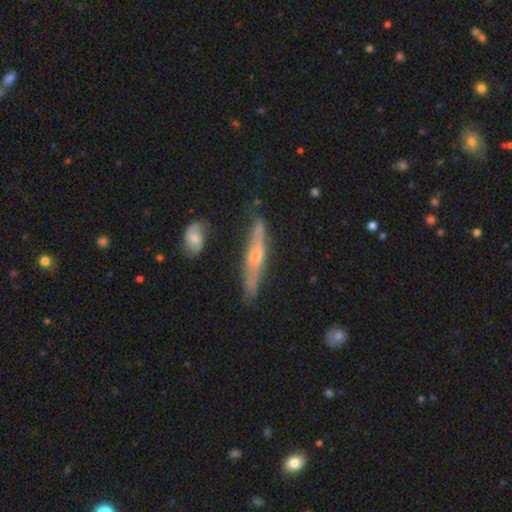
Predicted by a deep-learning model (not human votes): smooth-or-featured: featured or disk: 65% | smooth: 27% | star or artifact: 7%
  disk-edge-on: yes: 91% | no: 9%
    edge-on-bulge: rounded: 76% | none: 16% | boxy: 8%
  merging: none: 75% | minor disturbance: 18% | major disturbance: 4% | merger: 3%